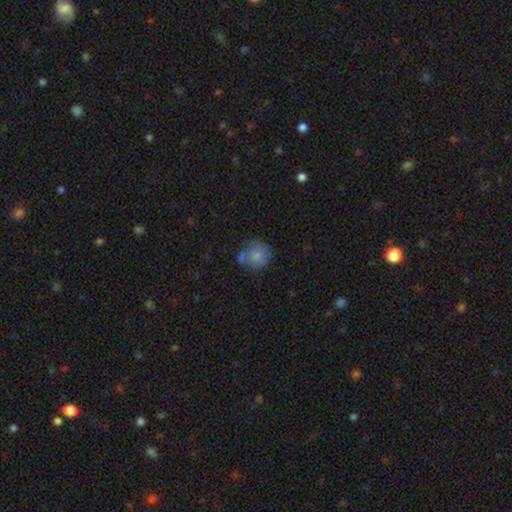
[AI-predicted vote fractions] A smooth galaxy with no disk features (76%) that is round (83%). Merging: none (54%).